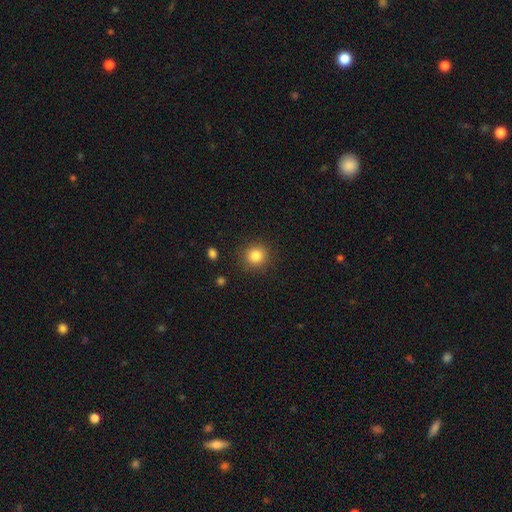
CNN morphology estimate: The model was most divided on "smooth or featured": smooth: 84%, star or artifact: 10%, featured or disk: 5%. More confident: how rounded — round (91%); merging — none (88%).